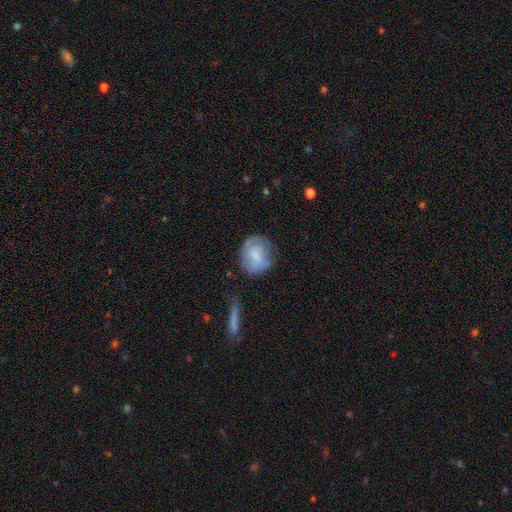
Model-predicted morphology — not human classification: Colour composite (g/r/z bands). It shows a smooth galaxy with no disk features (68%) that is round (66%). Merging: none (61%).